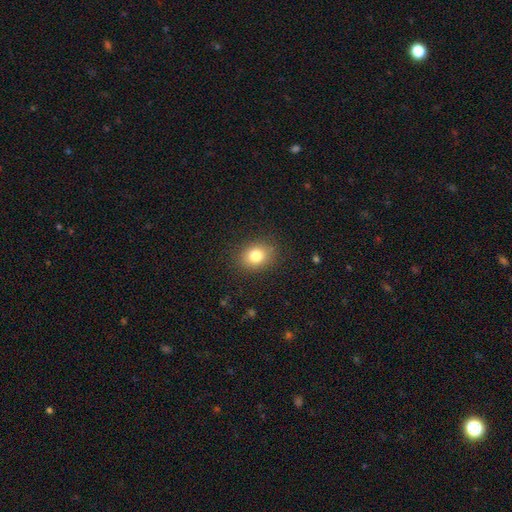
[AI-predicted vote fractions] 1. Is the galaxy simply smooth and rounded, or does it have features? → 81% smooth, 10% star or artifact, 8% featured or disk.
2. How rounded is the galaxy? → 50% in between, 49% round, 1% cigar-shaped.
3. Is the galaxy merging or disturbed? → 86% none, 10% minor disturbance, 3% major disturbance, 1% merger.